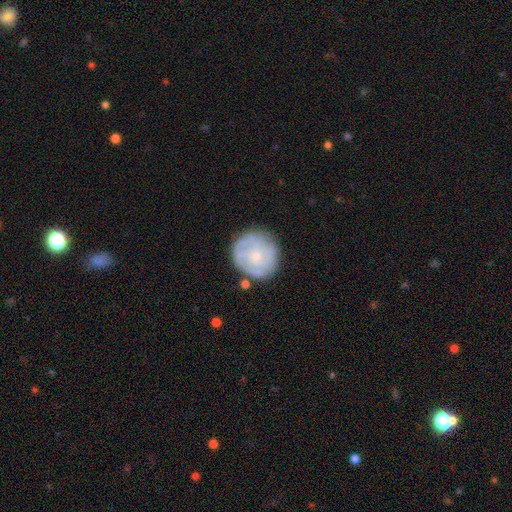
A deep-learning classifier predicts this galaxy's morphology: The model was most divided on "smooth or featured": featured or disk: 60%, smooth: 33%, star or artifact: 7%. More confident: edge-on disk — no (98%); bar — no (78%); merging — none (75%); spiral arms — yes (72%); bulge size — small (61%).